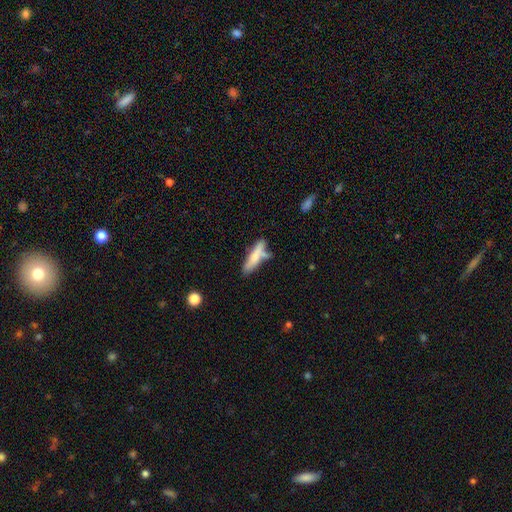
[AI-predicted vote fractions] Smooth or featured?
  - smooth: 68% *
  - featured or disk: 25%
  - star or artifact: 7%
How rounded?
  - cigar-shaped: 71% *
  - in between: 27%
  - round: 2%
Merging?
  - none: 50% *
  - merger: 21%
  - minor disturbance: 21%
  - major disturbance: 8%